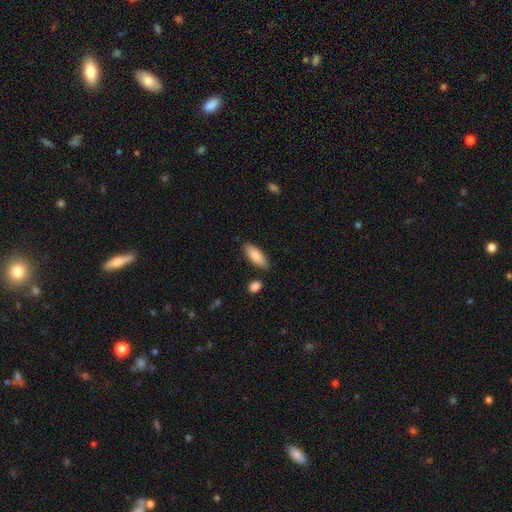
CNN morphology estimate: Smooth or featured?
  - smooth: 86% *
  - featured or disk: 8%
  - star or artifact: 6%
How rounded?
  - in between: 69% *
  - cigar-shaped: 29%
  - round: 2%
Merging?
  - none: 83% *
  - minor disturbance: 11%
  - merger: 3%
  - major disturbance: 2%